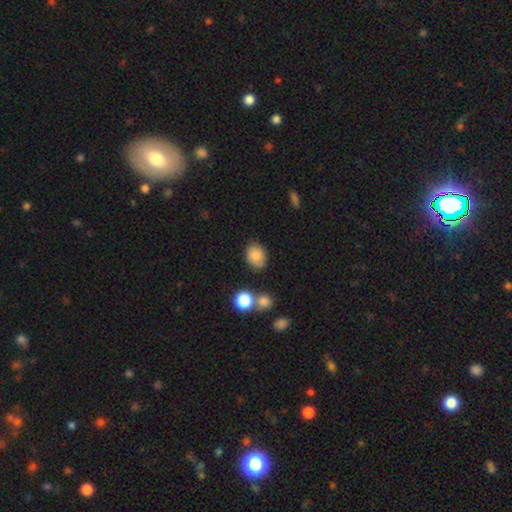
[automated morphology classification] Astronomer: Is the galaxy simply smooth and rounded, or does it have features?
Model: smooth — 79%.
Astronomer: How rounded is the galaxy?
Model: in between — 50% (runner-up: round, 49%).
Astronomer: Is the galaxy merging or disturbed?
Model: none — 78%.